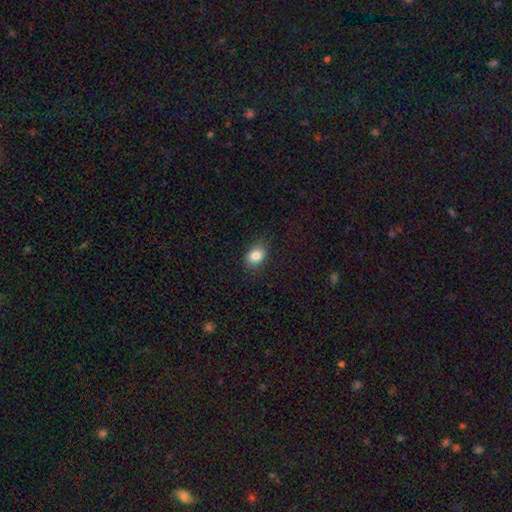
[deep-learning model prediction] The model was most divided on "how rounded": in between: 69%, round: 30%, cigar-shaped: 1%. More confident: smooth or featured — smooth (84%); merging — none (83%).